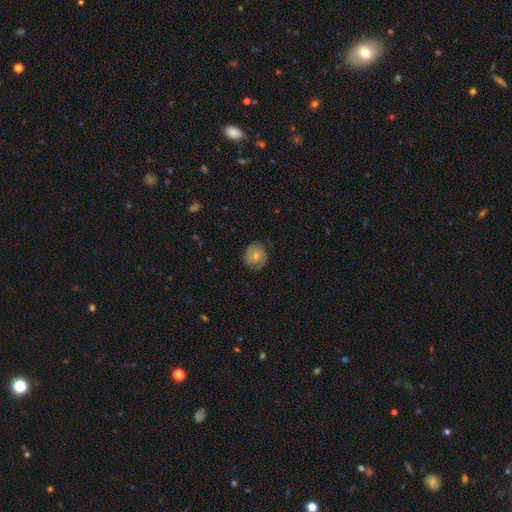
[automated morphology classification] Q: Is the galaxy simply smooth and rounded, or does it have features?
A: smooth — 55%.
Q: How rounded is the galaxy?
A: round — 83%.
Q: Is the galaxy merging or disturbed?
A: none — 73%.